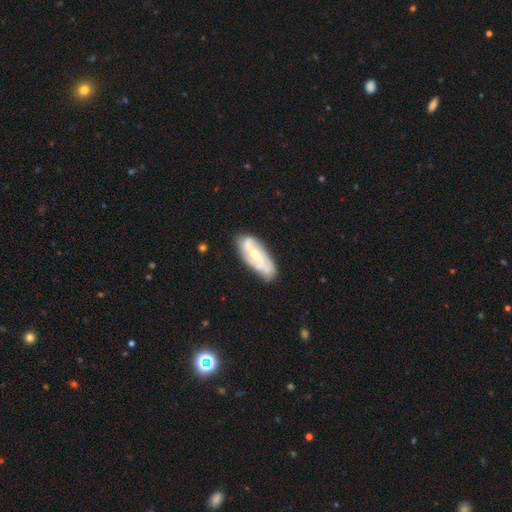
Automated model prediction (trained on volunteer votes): Q: Smooth or featured?
A: featured or disk (70%); runner-up: smooth (24%)
Q: Edge-on disk?
A: no (89%); runner-up: yes (11%)
Q: Bar?
A: weak (42%); runner-up: no (36%)
Q: Spiral arms?
A: yes (86%); runner-up: no (14%)
Q: Spiral winding?
A: tight (43%); runner-up: medium (39%)
Q: Spiral arm count?
A: 2 (48%); runner-up: can't tell (30%)
Q: Bulge size?
A: moderate (50%); runner-up: small (41%)
Q: Merging?
A: none (71%); runner-up: minor disturbance (20%)